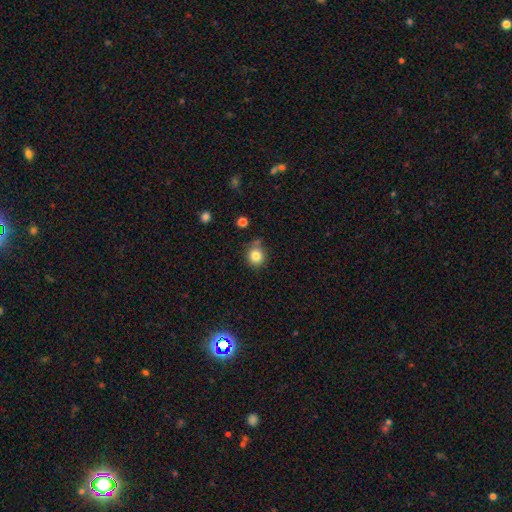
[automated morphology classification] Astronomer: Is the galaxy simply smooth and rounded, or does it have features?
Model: smooth — 83%.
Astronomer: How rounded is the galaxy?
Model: round — 85%.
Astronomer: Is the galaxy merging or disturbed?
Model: none — 73%.